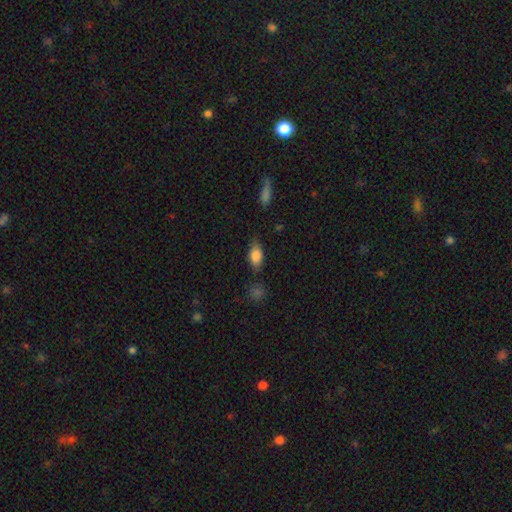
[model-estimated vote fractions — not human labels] Smooth or featured? smooth (82%)
How rounded? in between (87%)
Merging? none (73%)